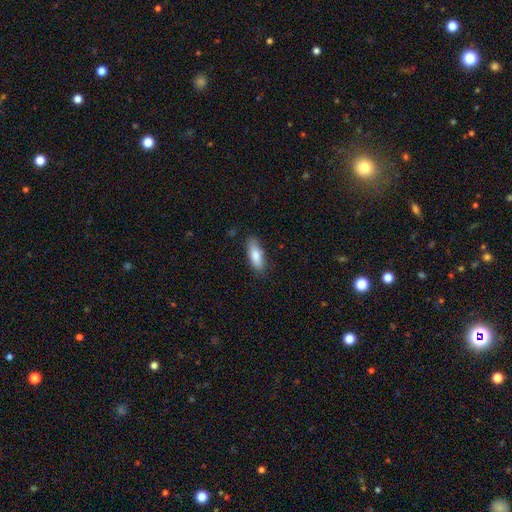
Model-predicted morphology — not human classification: This appears to be a smooth galaxy with no disk features (83%) that is in between round and cigar-shaped (70%). Merging: none (80%).